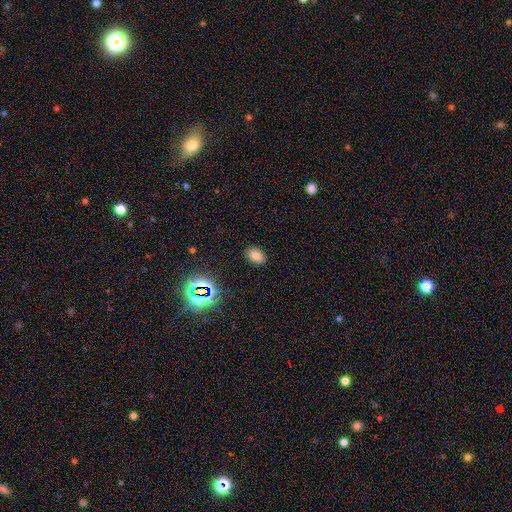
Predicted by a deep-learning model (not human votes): This is likely a smooth galaxy (74%). How rounded: clearly in between (83%). Merging: clearly none (87%).